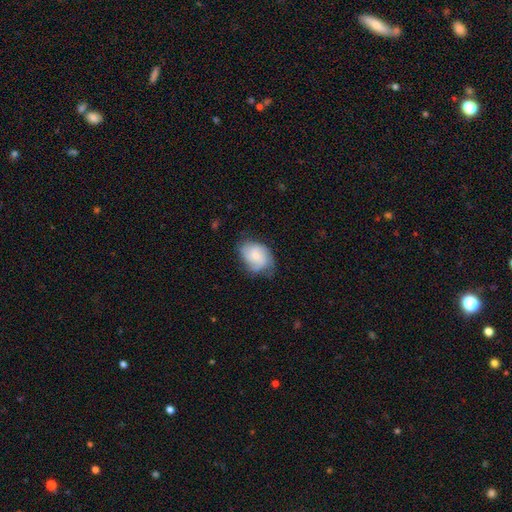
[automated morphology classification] Smooth or featured?
  - featured or disk: 48% *
  - smooth: 45%
  - star or artifact: 7%
Merging?
  - none: 61% *
  - minor disturbance: 28%
  - major disturbance: 9%
  - merger: 1%